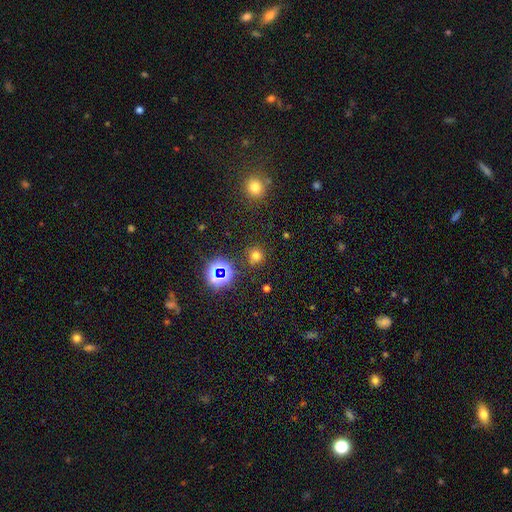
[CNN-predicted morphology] smooth-or-featured: smooth: 63% | star or artifact: 30% | featured or disk: 7%
  how-rounded: round: 88% | in between: 11% | cigar-shaped: 1%
  merging: none: 82% | minor disturbance: 10% | major disturbance: 4% | merger: 4%